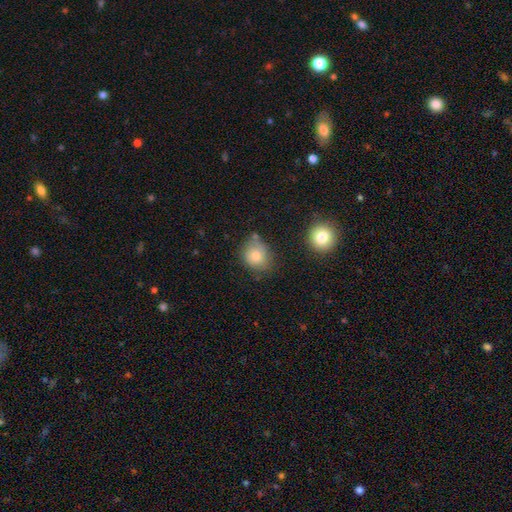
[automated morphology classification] smooth 79%, star or artifact 11%, featured or disk 10%. Down the decision tree: how rounded — round (68%); merging — none (66%).